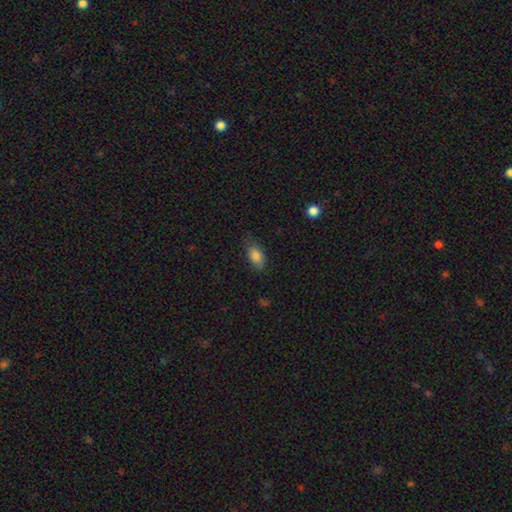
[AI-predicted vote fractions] Smooth or featured? Predicted: smooth (p=0.84). How rounded? Predicted: in between (p=0.90). Merging? Predicted: none (p=0.70).